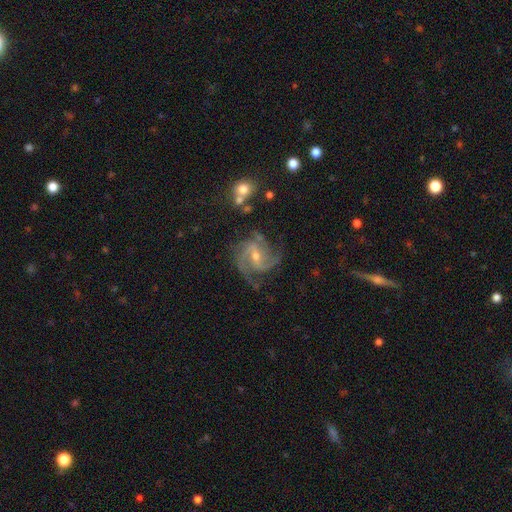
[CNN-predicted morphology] This appears to be a featured or disk galaxy (90%) with a weak bar (47%), 3 (54%) medium (54%) spiral arms (98%) and a small central bulge (51%). Merging: none (69%).